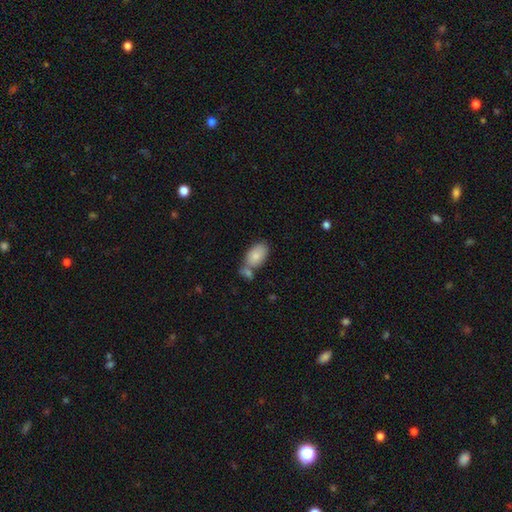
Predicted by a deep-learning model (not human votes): The model was most divided on "merging": none: 47%, merger: 33%, minor disturbance: 15%, major disturbance: 5%. More confident: how rounded — in between (93%); smooth or featured — smooth (82%).